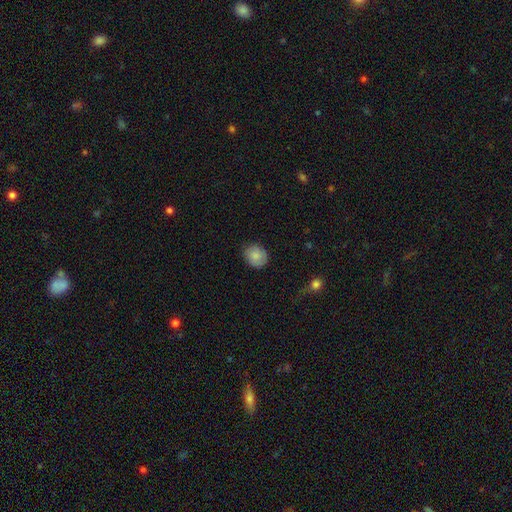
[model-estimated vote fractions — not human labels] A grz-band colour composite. It shows a smooth galaxy with no disk features (81%) that is round (62%). Merging: none (78%).